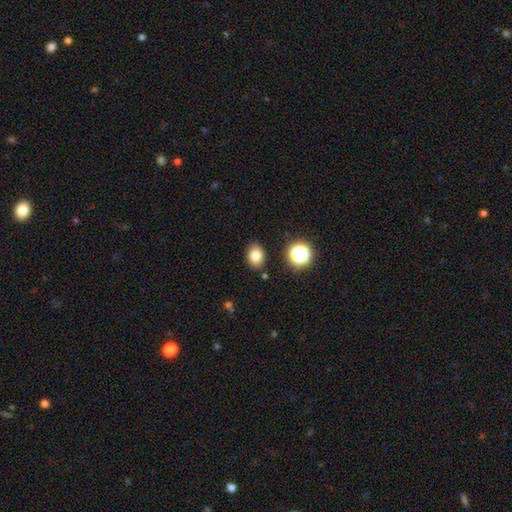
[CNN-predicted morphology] This is likely a smooth galaxy (80%). How rounded: likely in between (62%). Merging: clearly none (86%).